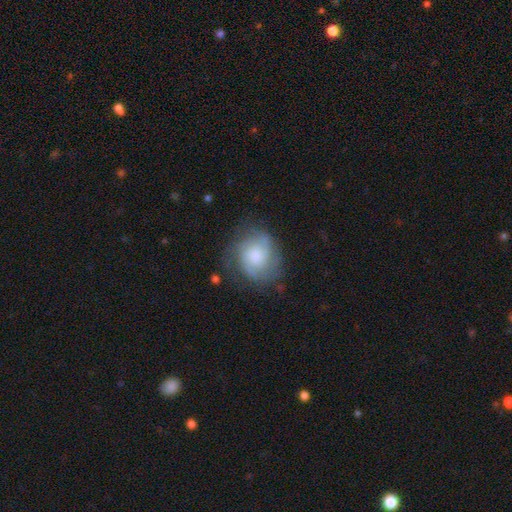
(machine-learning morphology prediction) This is possibly a featured or disk galaxy (53%). It is clearly not viewed edge-on (98%). Bar: likely no (75%). Spiral arm pattern: clearly yes (86%). Central bulge: marginally moderate (38%). Merging: likely none (64%).